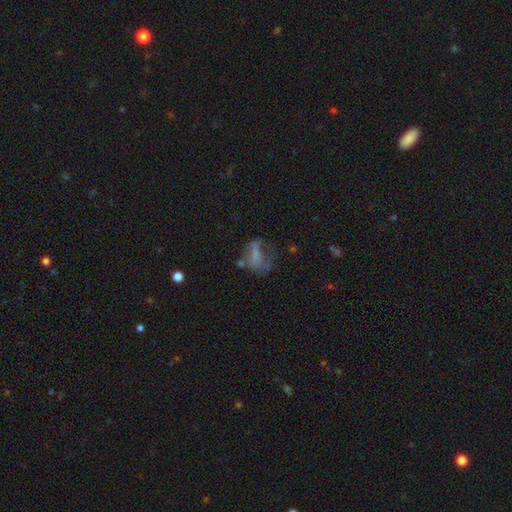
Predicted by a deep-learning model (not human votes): A smooth galaxy with no disk features (49%).

Vote fractions:
- Smooth or featured? smooth: 49% / featured or disk: 36% / star or artifact: 15%
- Merging? major disturbance: 40% / none: 31% / minor disturbance: 22% / merger: 7%